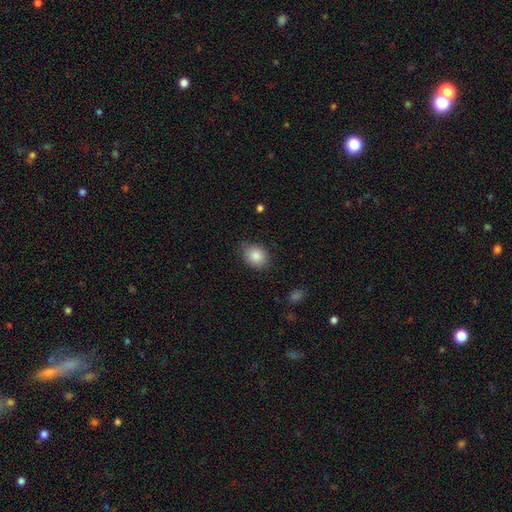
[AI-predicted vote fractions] Smooth or featured: smooth — 86% (star or artifact — 8%)
How rounded: round — 59% (in between — 40%)
Merging: none — 78% (minor disturbance — 18%)